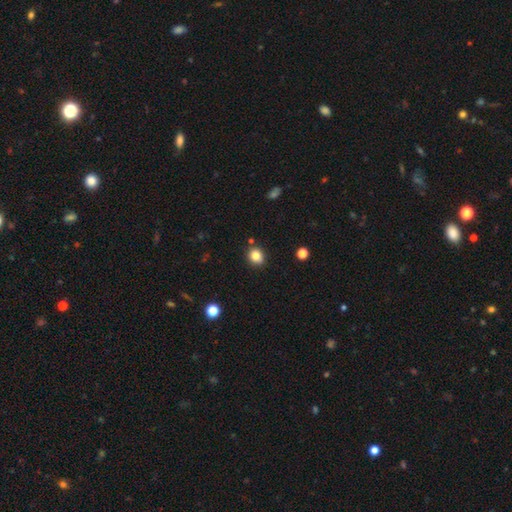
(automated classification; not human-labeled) This appears to be a smooth galaxy with no disk features (82%) that is round (74%). Merging: none (85%).